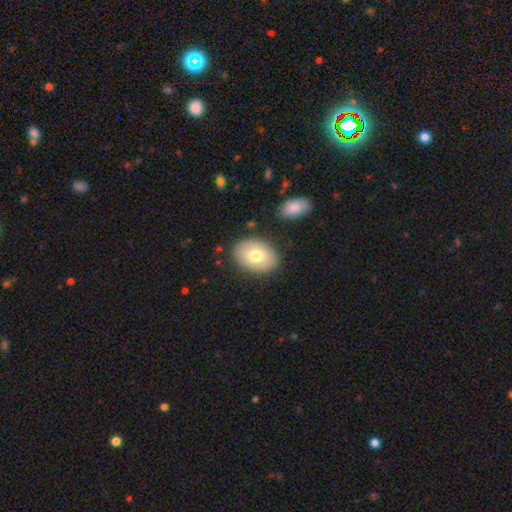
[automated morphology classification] Smooth or featured: smooth — 69% (featured or disk — 24%)
How rounded: in between — 79% (round — 20%)
Merging: none — 84% (minor disturbance — 11%)